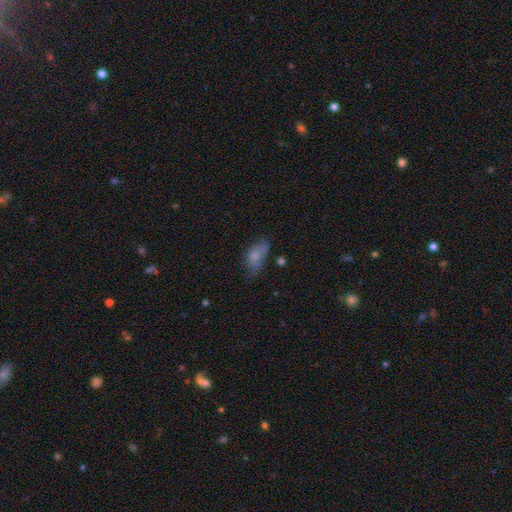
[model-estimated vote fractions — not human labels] A smooth galaxy with no disk features (73%) that is in between round and cigar-shaped (88%). Merging: none (44%).